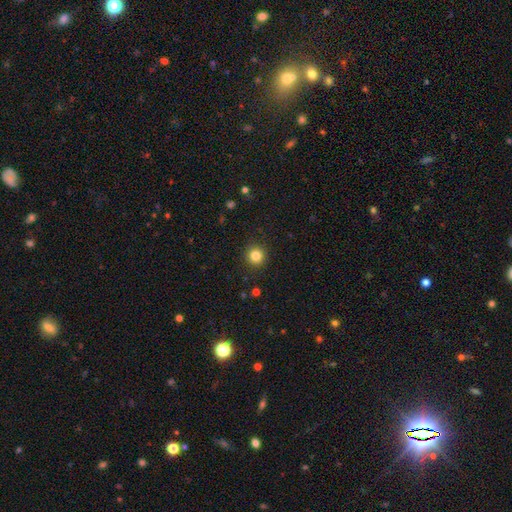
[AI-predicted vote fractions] A smooth galaxy with no disk features (83%) that is round (94%). Merging: none (92%).